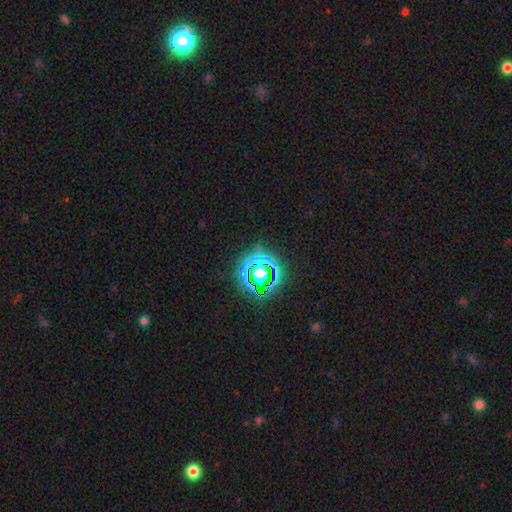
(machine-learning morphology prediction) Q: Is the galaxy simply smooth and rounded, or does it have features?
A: star or artifact — 77%.